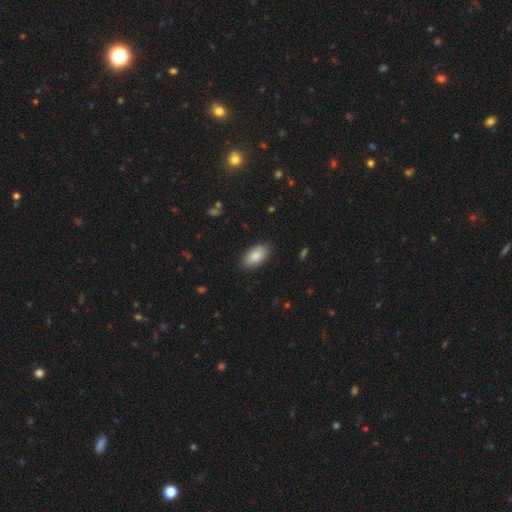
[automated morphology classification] The model was most divided on "merging": none: 88%, minor disturbance: 9%, major disturbance: 2%, merger: 1%. More confident: how rounded — in between (95%); smooth or featured — smooth (87%).